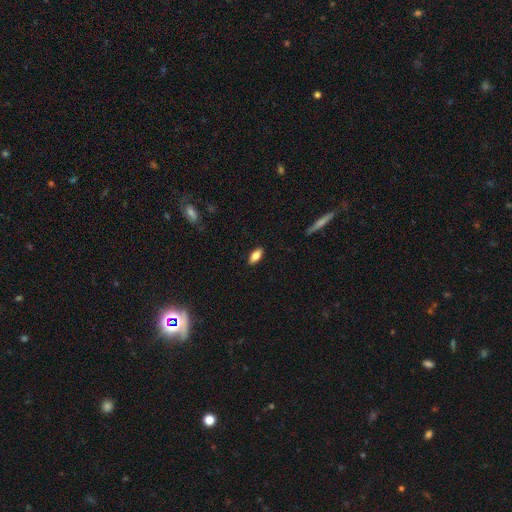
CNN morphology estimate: smooth-or-featured: smooth: 79% | featured or disk: 14% | star or artifact: 7%
  how-rounded: in between: 85% | cigar-shaped: 12% | round: 3%
  merging: none: 88% | minor disturbance: 9% | major disturbance: 2% | merger: 1%